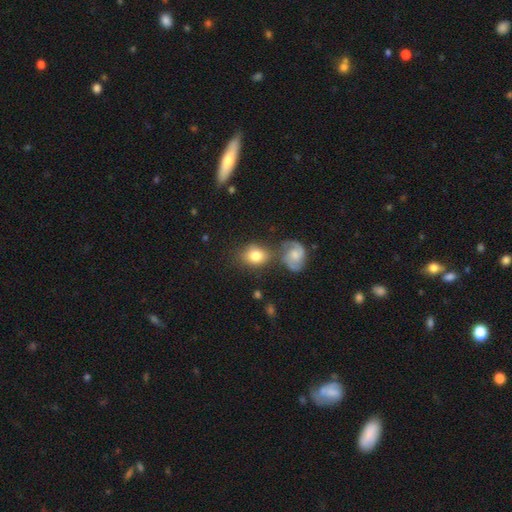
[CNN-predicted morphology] smooth 71%, featured or disk 21%, star or artifact 8%. Down the decision tree: how rounded — in between (54%); merging — none (55%).